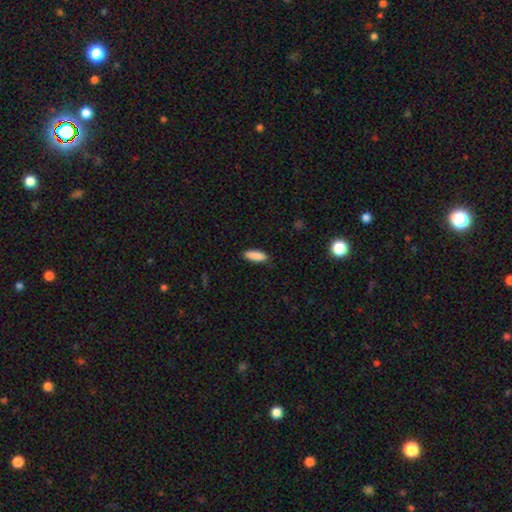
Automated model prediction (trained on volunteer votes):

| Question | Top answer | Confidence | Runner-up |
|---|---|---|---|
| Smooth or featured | smooth | 89% | star or artifact (6%) |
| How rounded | in between | 66% | cigar-shaped (32%) |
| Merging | none | 86% | minor disturbance (11%) |